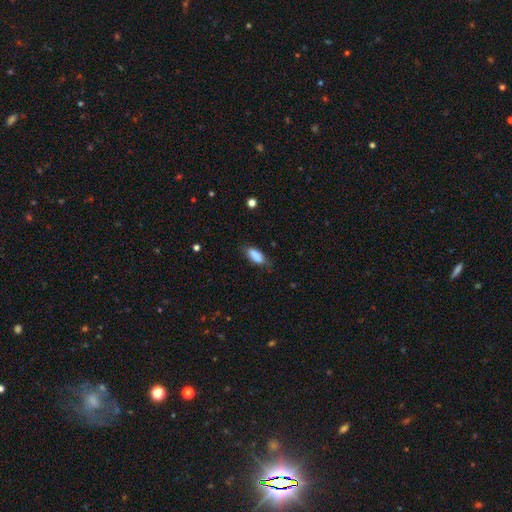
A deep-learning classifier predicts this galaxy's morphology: smooth-or-featured: smooth: 86% | featured or disk: 7% | star or artifact: 7%
  how-rounded: in between: 79% | cigar-shaped: 19% | round: 2%
  merging: none: 70% | minor disturbance: 23% | major disturbance: 6% | merger: 1%